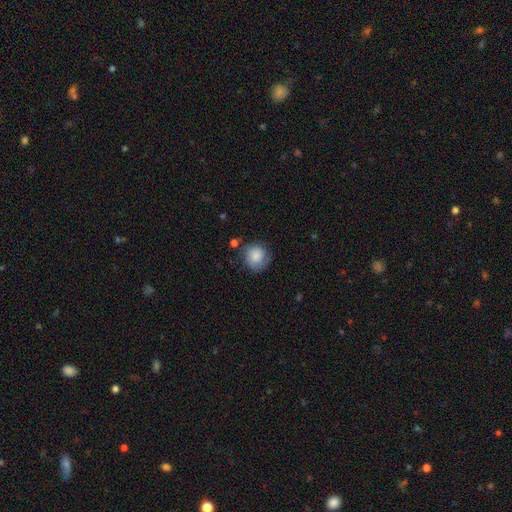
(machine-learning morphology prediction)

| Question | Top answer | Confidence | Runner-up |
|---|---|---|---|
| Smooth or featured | smooth | 81% | featured or disk (12%) |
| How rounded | round | 89% | in between (10%) |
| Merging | none | 71% | minor disturbance (20%) |